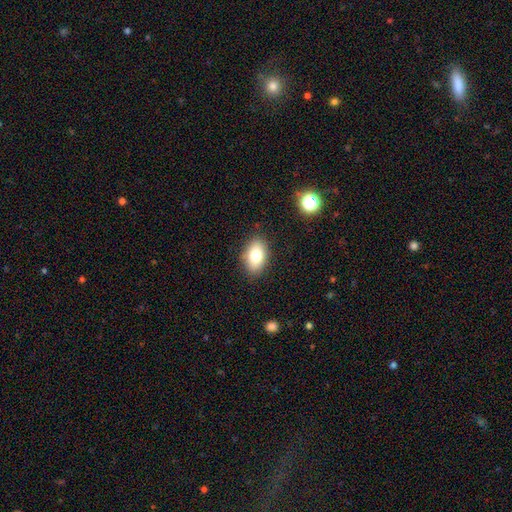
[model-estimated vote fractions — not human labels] smooth-or-featured: smooth: 80% | featured or disk: 12% | star or artifact: 9%
  how-rounded: in between: 89% | round: 9% | cigar-shaped: 2%
  merging: none: 86% | minor disturbance: 10% | major disturbance: 3% | merger: 1%